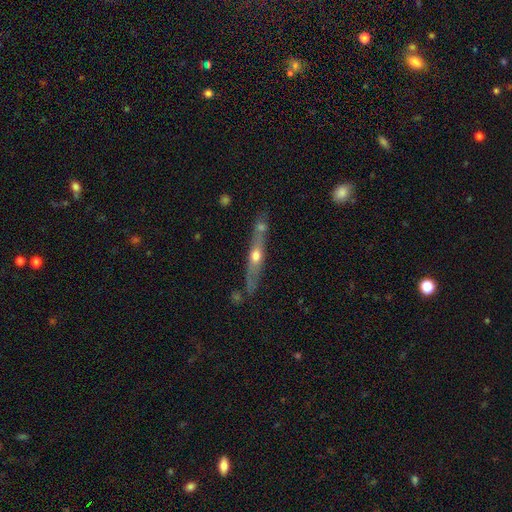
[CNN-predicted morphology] smooth_or_featured: featured or disk (p=0.59) [alt: smooth p=0.34]
disk_edge_on: yes (p=0.84) [alt: no p=0.16]
merging: none (p=0.68) [alt: minor disturbance p=0.15]